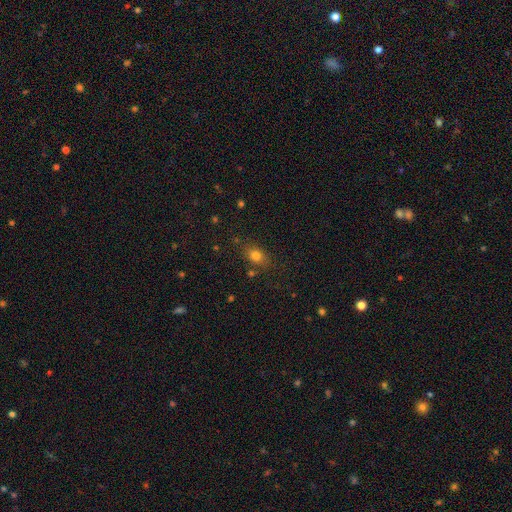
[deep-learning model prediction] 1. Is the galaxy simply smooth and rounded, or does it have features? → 77% smooth, 13% star or artifact, 10% featured or disk.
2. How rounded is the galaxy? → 66% in between, 31% round, 3% cigar-shaped.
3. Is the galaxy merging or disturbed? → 78% none, 14% minor disturbance, 4% major disturbance, 4% merger.